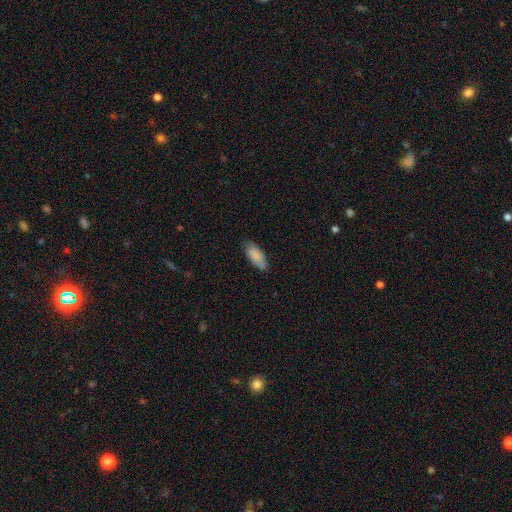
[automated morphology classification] Smooth or featured? smooth (82%)
How rounded? in between (81%)
Merging? none (74%)